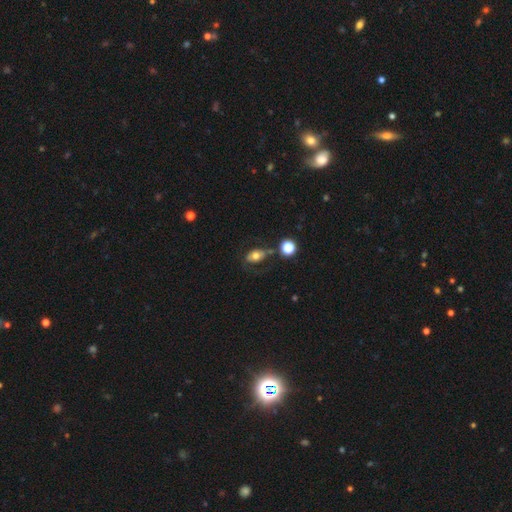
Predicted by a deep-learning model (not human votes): Smooth or featured: smooth — 64% (featured or disk — 25%)
How rounded: in between — 81% (round — 17%)
Merging: none — 56% (minor disturbance — 21%)